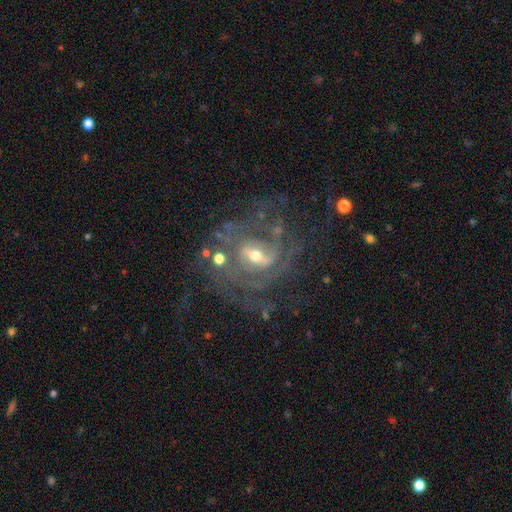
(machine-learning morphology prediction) Smooth or featured?
  - featured or disk: 86% *
  - star or artifact: 8%
  - smooth: 7%
Edge-on disk?
  - no: 96% *
  - yes: 4%
Bar?
  - weak: 46% *
  - strong: 35%
  - no: 19%
Spiral arms?
  - yes: 91% *
  - no: 9%
Spiral winding?
  - tight: 50% *
  - medium: 37%
  - loose: 13%
Spiral arm count?
  - can't tell: 34% *
  - 2: 28%
  - 3: 16%
  - 4: 10%
  - 1: 6%
  - more than 4: 6%
Bulge size?
  - moderate: 50% *
  - small: 44%
  - large: 3%
  - none: 1%
  - dominant: 1%
Merging?
  - none: 62% *
  - minor disturbance: 18%
  - major disturbance: 16%
  - merger: 4%